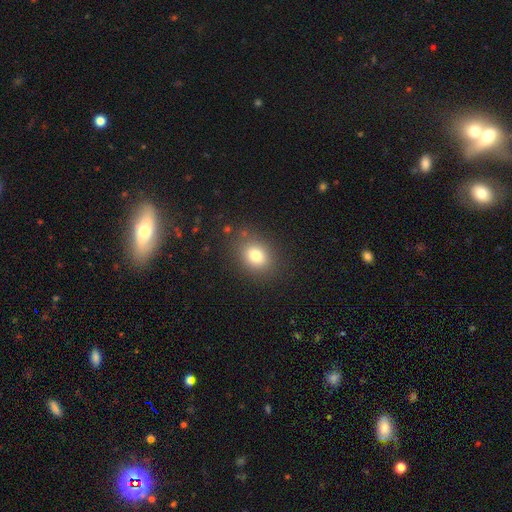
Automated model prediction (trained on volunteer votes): smooth-or-featured: smooth: 78% | star or artifact: 12% | featured or disk: 9%
  how-rounded: in between: 52% | round: 47% | cigar-shaped: 1%
  merging: none: 83% | minor disturbance: 11% | major disturbance: 4% | merger: 2%